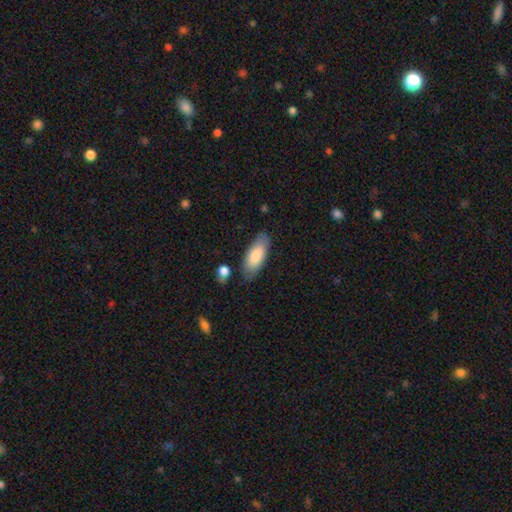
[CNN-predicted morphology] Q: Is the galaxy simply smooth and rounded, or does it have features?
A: smooth — 81%.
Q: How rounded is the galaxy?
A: in between — 82%.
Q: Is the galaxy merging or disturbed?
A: none — 76%.